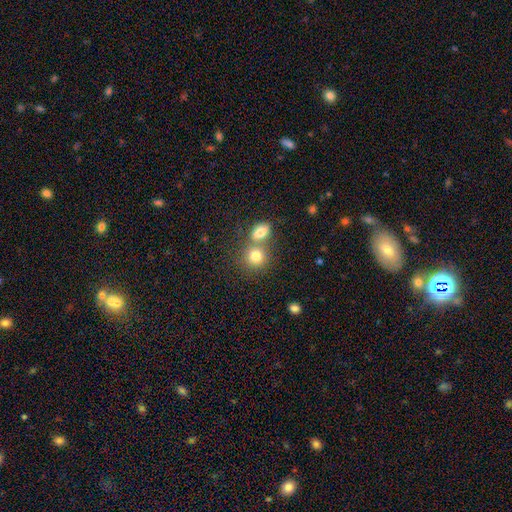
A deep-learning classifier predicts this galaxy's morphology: smooth-or-featured: smooth: 79% | star or artifact: 11% | featured or disk: 11%
  how-rounded: round: 77% | in between: 22% | cigar-shaped: 1%
  merging: merger: 45% | none: 44% | minor disturbance: 8% | major disturbance: 3%